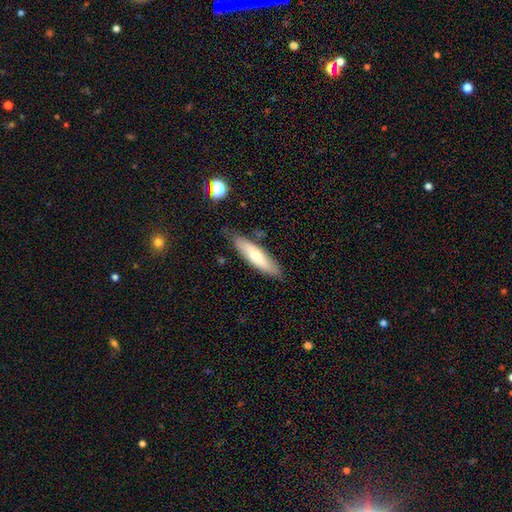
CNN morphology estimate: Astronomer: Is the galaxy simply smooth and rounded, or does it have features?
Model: smooth — 64%.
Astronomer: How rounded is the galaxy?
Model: cigar-shaped — 69%.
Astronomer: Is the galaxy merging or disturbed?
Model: none — 80%.